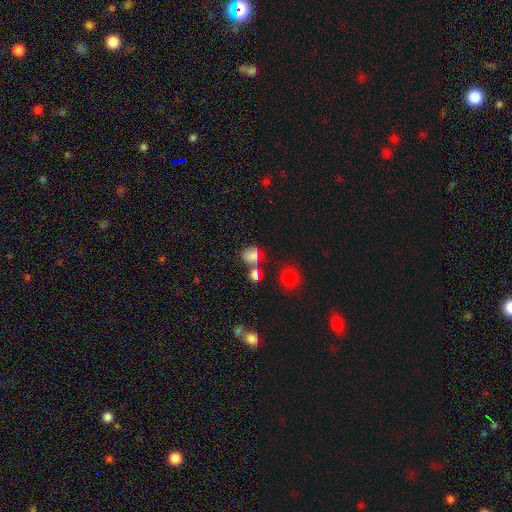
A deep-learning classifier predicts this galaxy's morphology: A smooth galaxy with no disk features (74%) that is in between round and cigar-shaped (50%). Merging: none (41%).